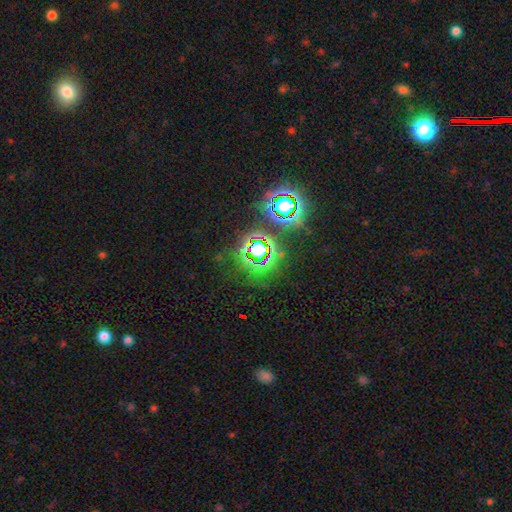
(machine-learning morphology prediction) A star or artifact, not a galaxy (78%).

Vote fractions:
- Smooth or featured? star or artifact: 78% / smooth: 14% / featured or disk: 8%